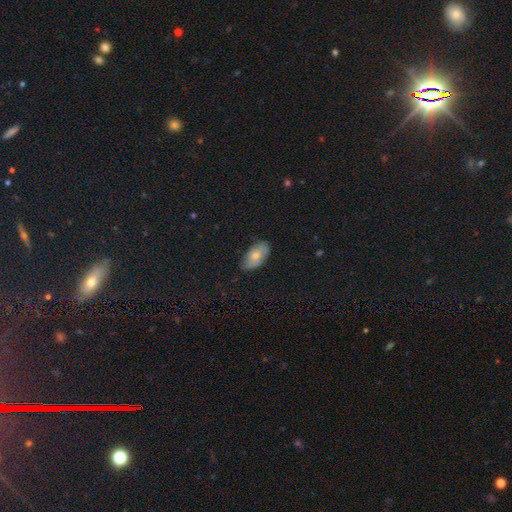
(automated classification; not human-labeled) Smooth or featured? smooth (70%)
How rounded? in between (93%)
Merging? none (70%)